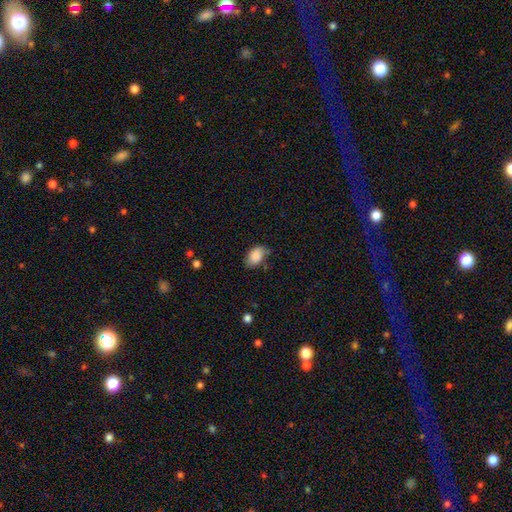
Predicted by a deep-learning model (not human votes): Smooth or featured? smooth (87%)
How rounded? in between (86%)
Merging? none (63%)